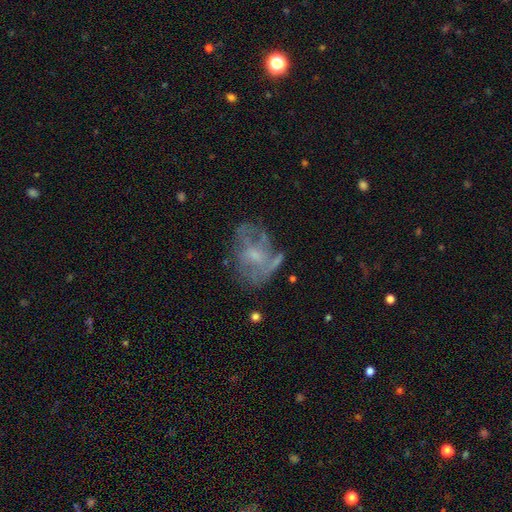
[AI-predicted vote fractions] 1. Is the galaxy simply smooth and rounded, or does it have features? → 65% featured or disk, 24% smooth, 11% star or artifact.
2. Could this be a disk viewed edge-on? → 97% no, 3% yes.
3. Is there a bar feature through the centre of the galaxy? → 68% no, 28% weak, 5% strong.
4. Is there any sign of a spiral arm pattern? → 55% no, 45% yes.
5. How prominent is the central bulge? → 46% small, 32% moderate, 18% none, 2% large, 1% dominant.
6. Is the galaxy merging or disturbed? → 51% none, 22% major disturbance, 22% minor disturbance, 5% merger.